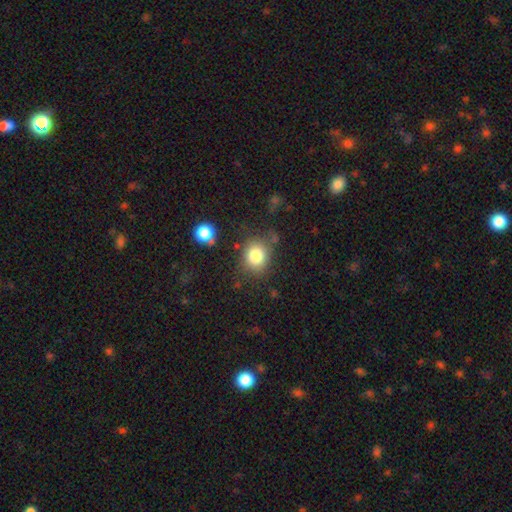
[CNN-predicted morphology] smooth_or_featured: smooth (p=0.81) [alt: star or artifact p=0.11]
how_rounded: round (p=0.73) [alt: in between p=0.27]
merging: none (p=0.74) [alt: minor disturbance p=0.15]